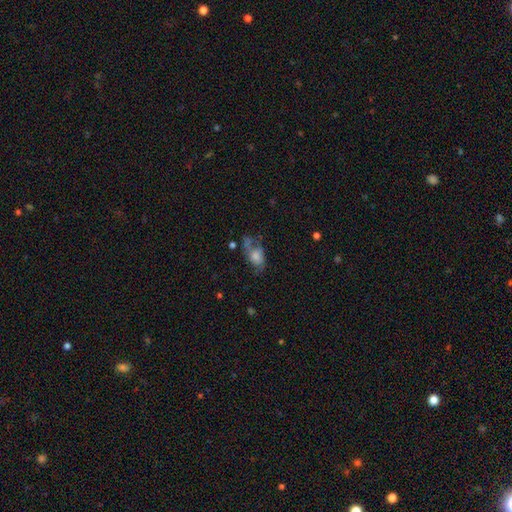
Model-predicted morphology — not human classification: type=smooth (50%); roundness=in between (79%); merging=major disturbance (34%).